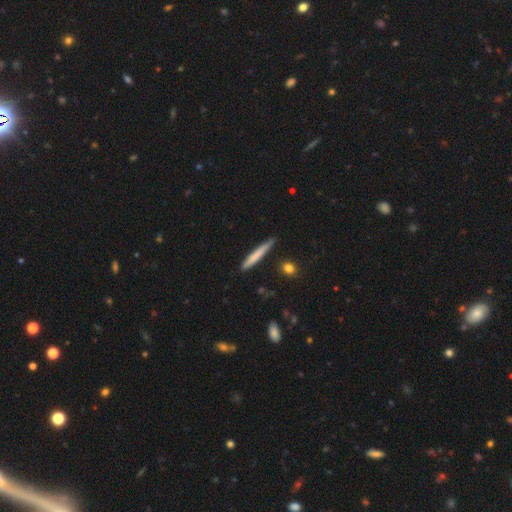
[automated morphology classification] smooth_or_featured: smooth (p=0.70) [alt: featured or disk p=0.25]
how_rounded: cigar-shaped (p=0.96) [alt: in between p=0.03]
merging: none (p=0.84) [alt: minor disturbance p=0.13]